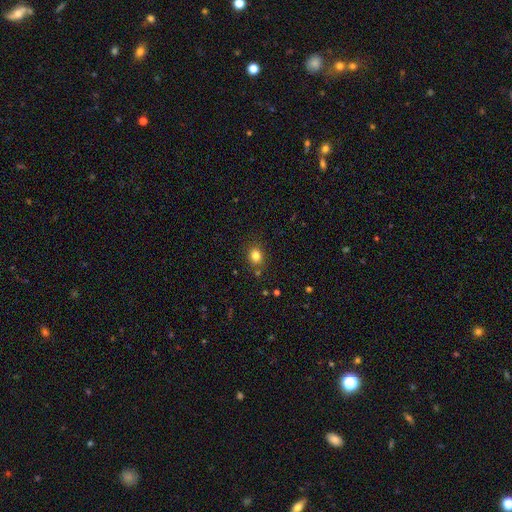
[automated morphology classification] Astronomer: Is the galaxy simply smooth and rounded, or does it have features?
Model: smooth — 81%.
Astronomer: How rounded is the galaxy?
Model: round — 66%.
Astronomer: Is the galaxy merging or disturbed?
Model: none — 84%.